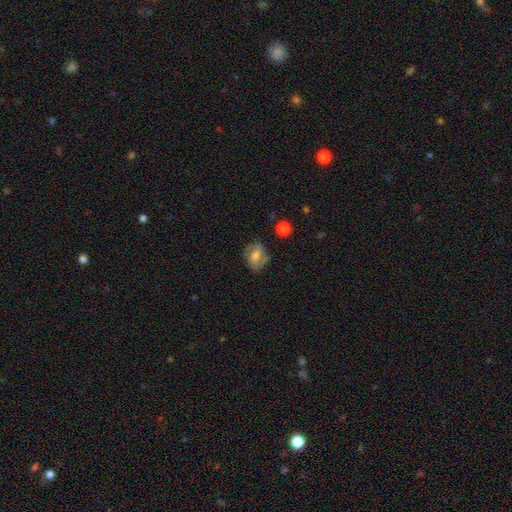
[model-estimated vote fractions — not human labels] A featured or disk galaxy (47%).

Vote fractions:
- Smooth or featured? featured or disk: 47% / smooth: 44% / star or artifact: 9%
- Merging? none: 68% / minor disturbance: 21% / major disturbance: 8% / merger: 3%